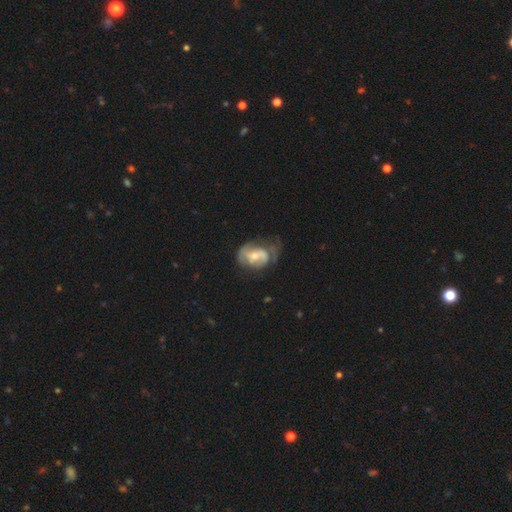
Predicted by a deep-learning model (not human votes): Morphology: type=featured or disk (68%); edge-on=no (97%); bar=no (46%); spiral arms=yes (79%); winding=medium (43%); arm count=2 (60%); bulge=moderate (50%); merging=none (37%).